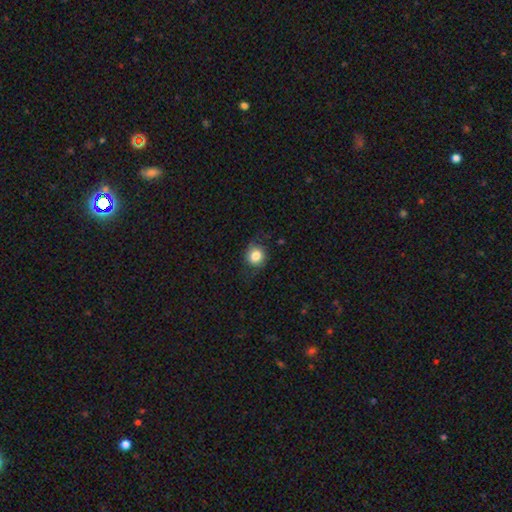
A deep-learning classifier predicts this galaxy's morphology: Smooth or featured: smooth — 81% (featured or disk — 10%)
How rounded: round — 78% (in between — 21%)
Merging: none — 76% (minor disturbance — 17%)